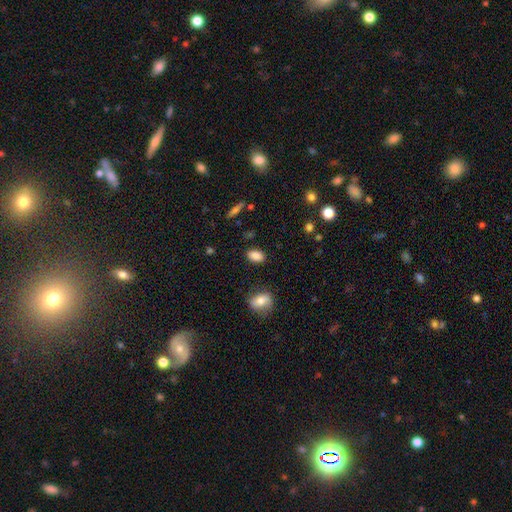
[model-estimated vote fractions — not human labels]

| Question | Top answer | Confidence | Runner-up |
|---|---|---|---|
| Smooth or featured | smooth | 86% | star or artifact (9%) |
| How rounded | in between | 89% | round (9%) |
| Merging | none | 85% | minor disturbance (10%) |